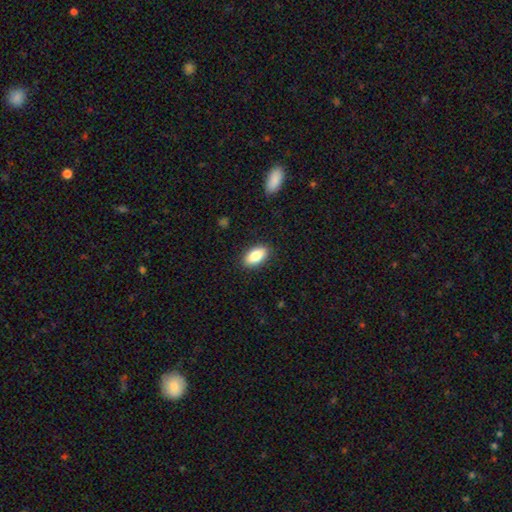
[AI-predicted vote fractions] smooth-or-featured: smooth: 83% | featured or disk: 10% | star or artifact: 7%
  how-rounded: in between: 90% | cigar-shaped: 6% | round: 4%
  merging: none: 89% | minor disturbance: 8% | major disturbance: 2% | merger: 1%